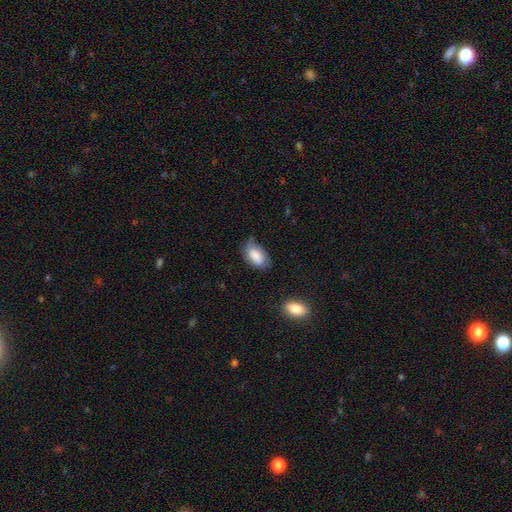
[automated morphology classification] Smooth or featured?
  - smooth: 78% *
  - featured or disk: 15%
  - star or artifact: 7%
How rounded?
  - in between: 94% *
  - round: 4%
  - cigar-shaped: 3%
Merging?
  - none: 60% *
  - minor disturbance: 31%
  - major disturbance: 7%
  - merger: 3%